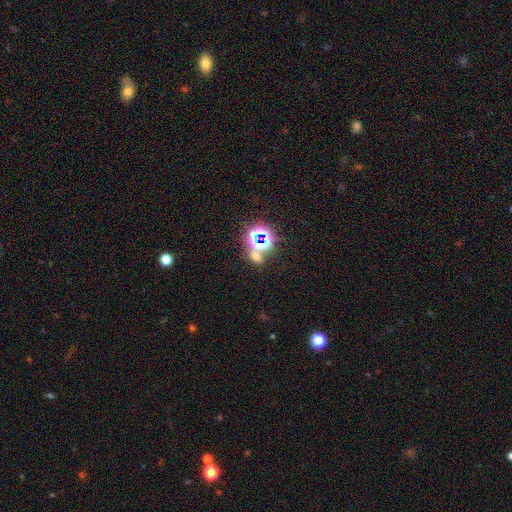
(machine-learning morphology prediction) Overall: star or artifact (54%; smooth 37%).